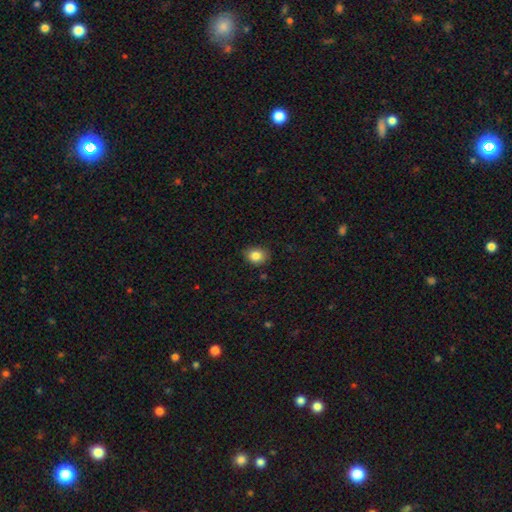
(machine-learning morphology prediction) Overall: smooth (84%). How rounded: round (57%; in between 42%). Merging: none (83%).